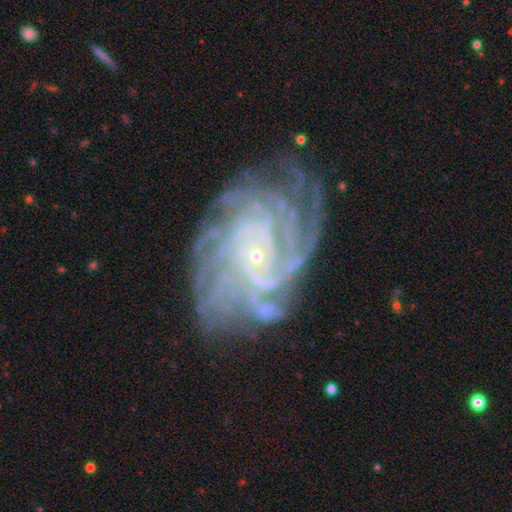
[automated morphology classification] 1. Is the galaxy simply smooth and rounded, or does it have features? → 90% featured or disk, 6% star or artifact, 4% smooth.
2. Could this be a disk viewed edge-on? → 97% no, 3% yes.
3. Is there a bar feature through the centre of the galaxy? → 69% no, 22% weak, 9% strong.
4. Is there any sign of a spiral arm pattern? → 98% yes, 2% no.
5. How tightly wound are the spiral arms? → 78% tight, 18% medium, 4% loose.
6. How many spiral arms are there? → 35% more than 4, 22% 4, 17% can't tell, 10% 3, 8% 2, 8% 1.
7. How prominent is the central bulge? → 88% small, 8% moderate, 2% none, 1% large, 1% dominant.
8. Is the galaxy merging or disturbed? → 72% none, 18% minor disturbance, 8% major disturbance, 3% merger.